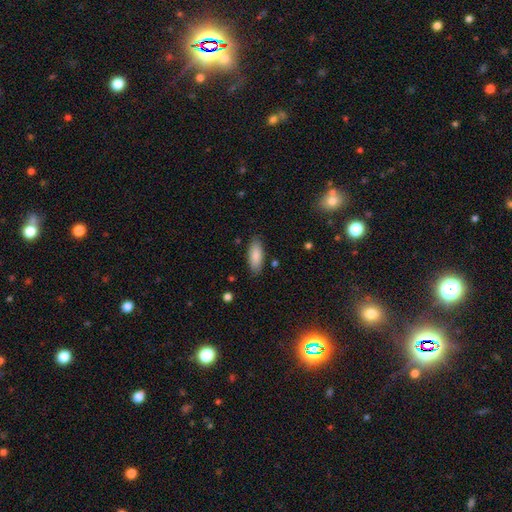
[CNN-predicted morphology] smooth-or-featured: smooth: 87% | featured or disk: 7% | star or artifact: 6%
  how-rounded: in between: 77% | cigar-shaped: 21% | round: 2%
  merging: none: 85% | minor disturbance: 11% | major disturbance: 2% | merger: 2%